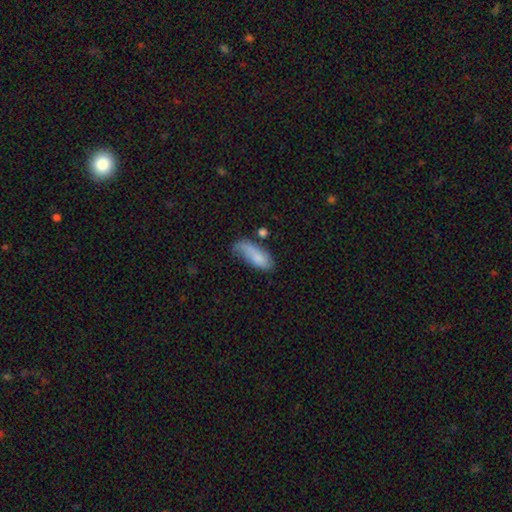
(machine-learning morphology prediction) Smooth or featured: smooth — 73% (featured or disk — 20%)
How rounded: in between — 76% (cigar-shaped — 21%)
Merging: none — 39% (minor disturbance — 32%)